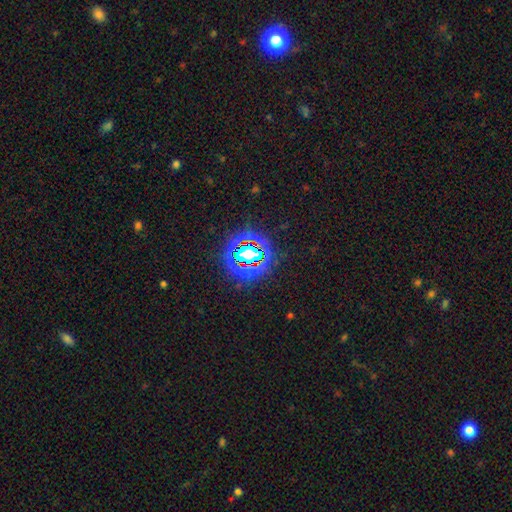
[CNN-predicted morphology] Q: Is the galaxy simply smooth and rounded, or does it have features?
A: star or artifact — 81%.